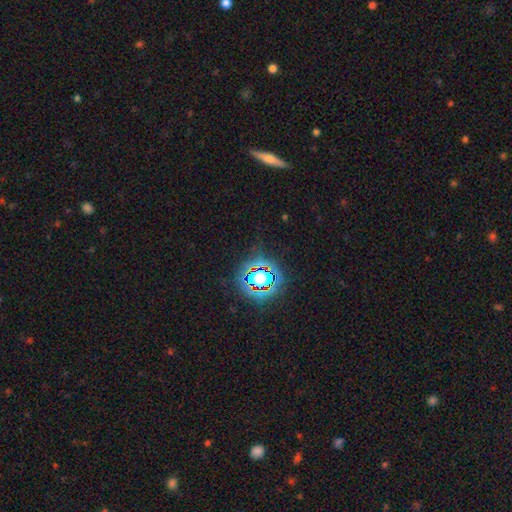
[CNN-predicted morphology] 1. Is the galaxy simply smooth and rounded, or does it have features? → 72% star or artifact, 17% smooth, 10% featured or disk.